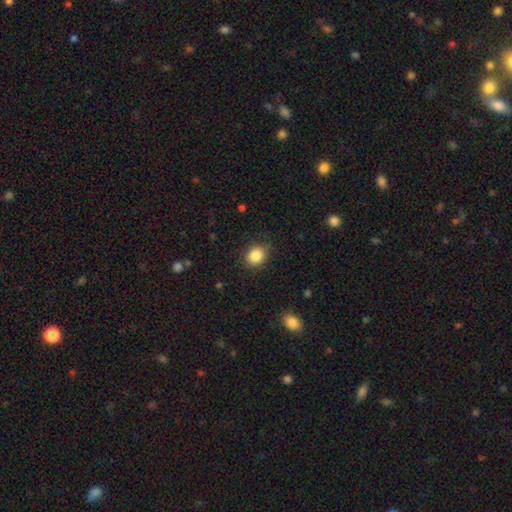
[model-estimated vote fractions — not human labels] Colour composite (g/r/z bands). It shows a smooth galaxy with no disk features (86%) that is round (64%). Merging: none (85%).